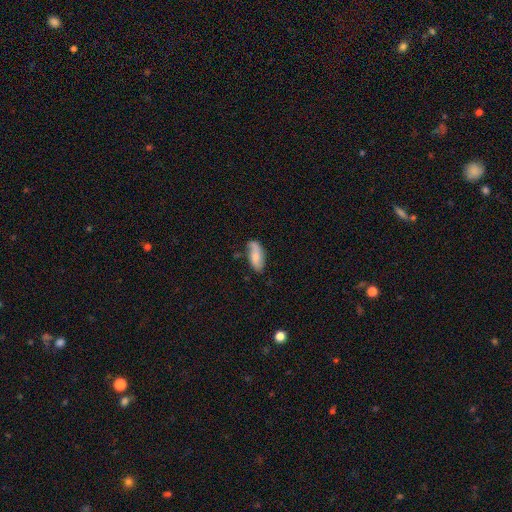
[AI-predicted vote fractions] Q: Smooth or featured?
A: smooth (64%); runner-up: featured or disk (29%)
Q: How rounded?
A: in between (83%); runner-up: cigar-shaped (15%)
Q: Merging?
A: none (63%); runner-up: minor disturbance (26%)